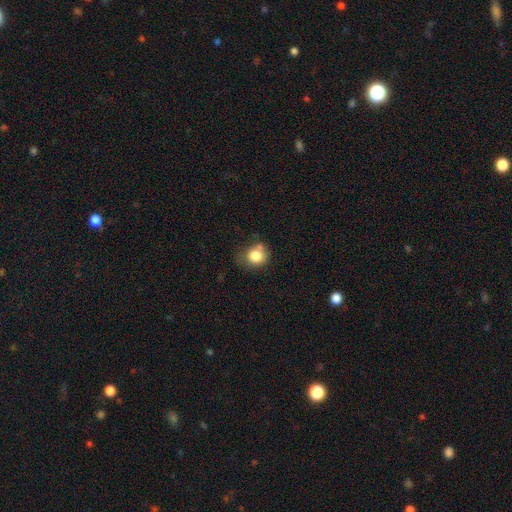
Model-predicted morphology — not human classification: Smooth or featured: smooth — 81% (star or artifact — 10%)
How rounded: round — 76% (in between — 23%)
Merging: none — 55% (minor disturbance — 27%)